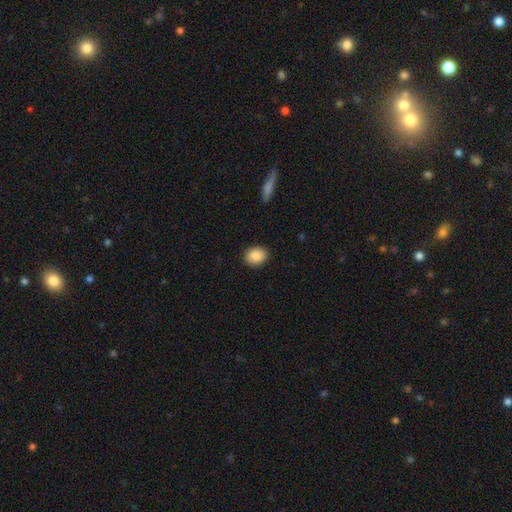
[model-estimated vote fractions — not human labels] A smooth galaxy with no disk features (88%) that is in between round and cigar-shaped (50%).

Vote fractions:
- Smooth or featured? smooth: 88% / star or artifact: 8% / featured or disk: 4%
- How rounded? in between: 50% / round: 49% / cigar-shaped: 1%
- Merging? none: 90% / minor disturbance: 8% / major disturbance: 2% / merger: 1%